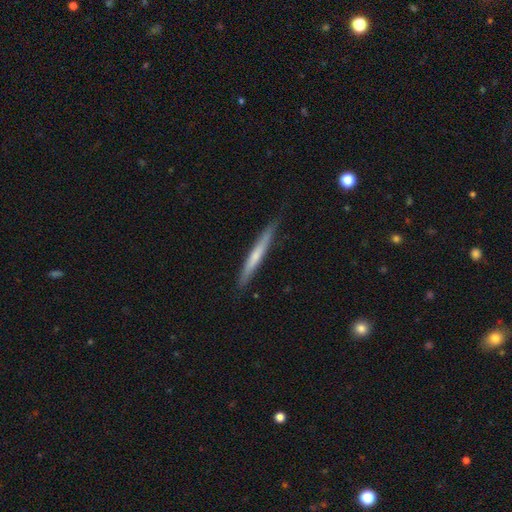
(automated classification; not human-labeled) Morphology: type=smooth (50%); roundness=cigar-shaped (96%); merging=none (87%).